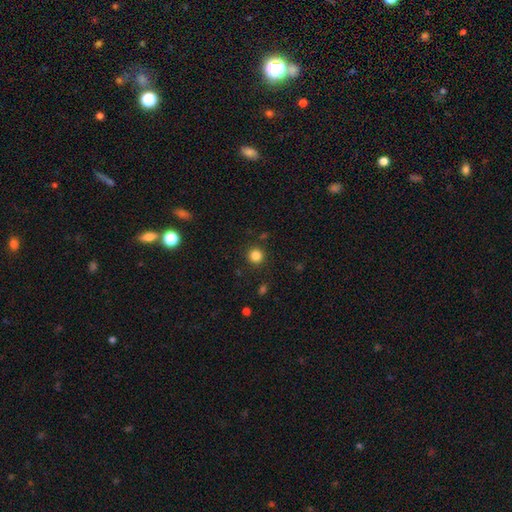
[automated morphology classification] type=smooth (84%); roundness=round (94%); merging=none (90%).